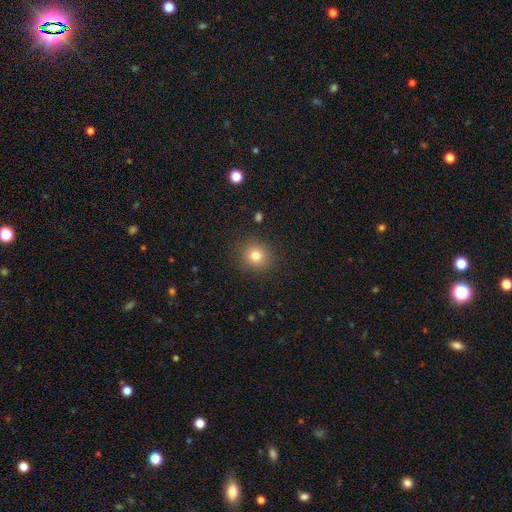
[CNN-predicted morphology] smooth_or_featured: smooth (p=0.79) [alt: star or artifact p=0.13]
how_rounded: round (p=0.86) [alt: in between p=0.13]
merging: none (p=0.89) [alt: minor disturbance p=0.07]